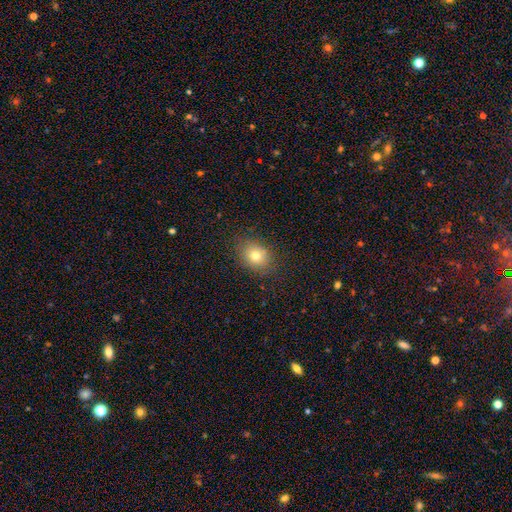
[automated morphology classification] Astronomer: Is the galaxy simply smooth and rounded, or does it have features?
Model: smooth — 75%.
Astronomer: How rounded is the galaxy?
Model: round — 52% (runner-up: in between, 47%).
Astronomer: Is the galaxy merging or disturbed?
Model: none — 84%.